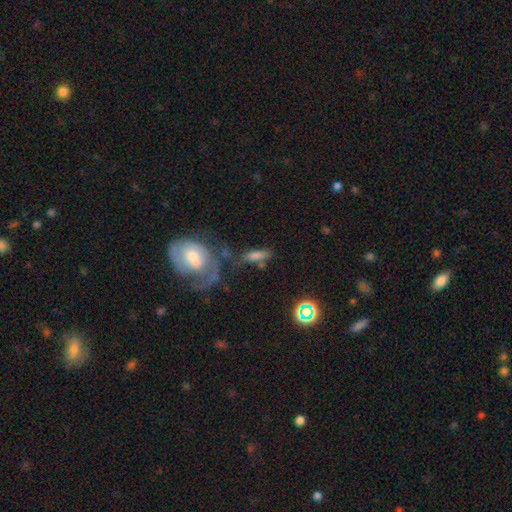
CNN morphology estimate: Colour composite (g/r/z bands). It shows a smooth galaxy with no disk features (51%) that is in between round and cigar-shaped (57%). Merging: none (49%).